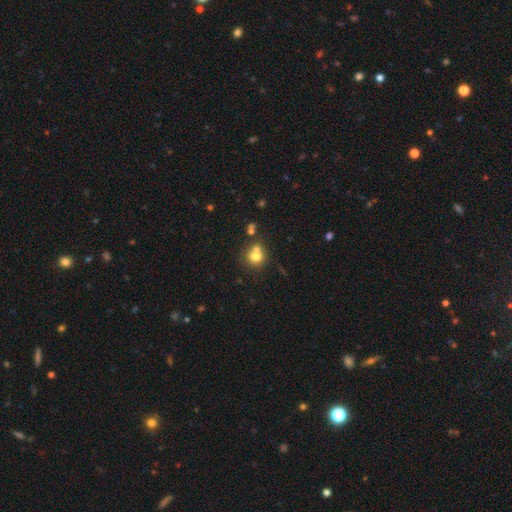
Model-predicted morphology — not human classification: type=smooth (74%); roundness=round (81%); merging=none (47%).